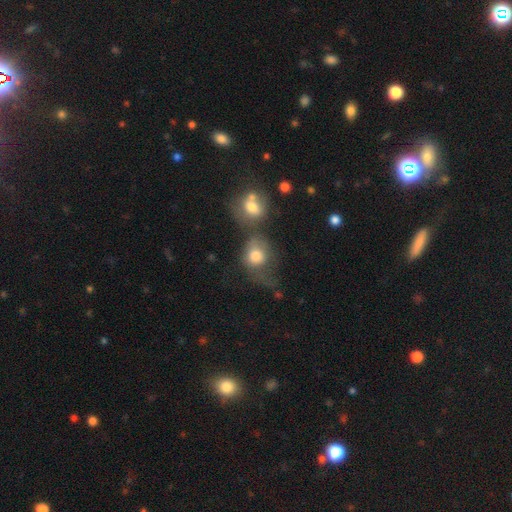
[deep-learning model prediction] Smooth or featured? smooth (74%)
How rounded? round (66%)
Merging? merger (40%)